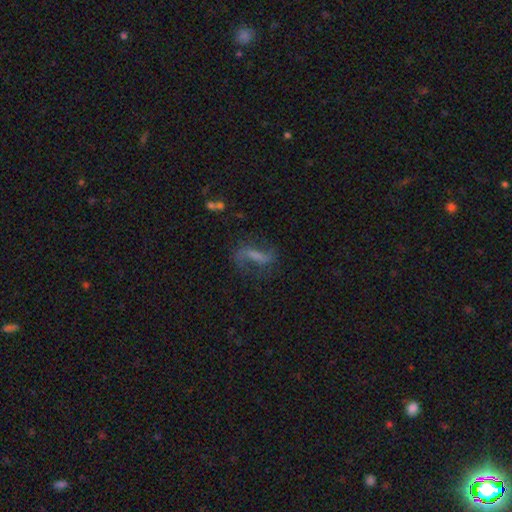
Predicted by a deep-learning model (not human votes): Morphology: type=featured or disk (67%); edge-on=no (91%); bar=strong (47%); spiral arms=yes (87%); winding=loose (69%); arm count=2 (86%); bulge=none (49%); merging=none (65%).